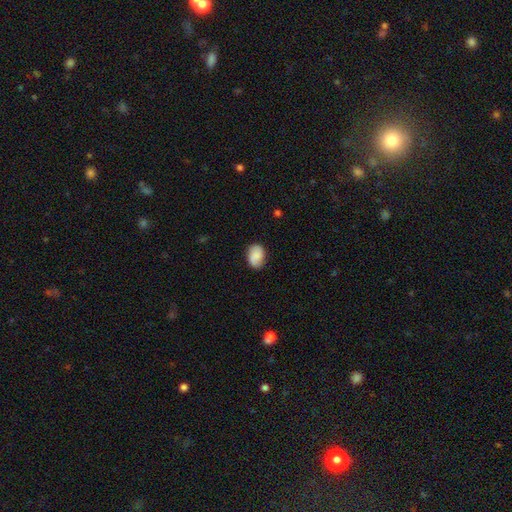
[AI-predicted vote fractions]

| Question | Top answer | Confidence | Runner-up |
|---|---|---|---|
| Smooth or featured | smooth | 78% | featured or disk (14%) |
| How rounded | in between | 75% | round (24%) |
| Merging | none | 78% | minor disturbance (17%) |